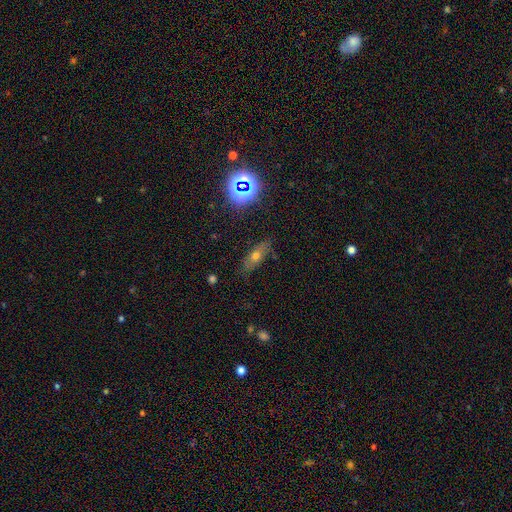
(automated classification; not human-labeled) This appears to be a smooth galaxy with no disk features (54%) that is in between round and cigar-shaped (58%). Merging: none (80%).